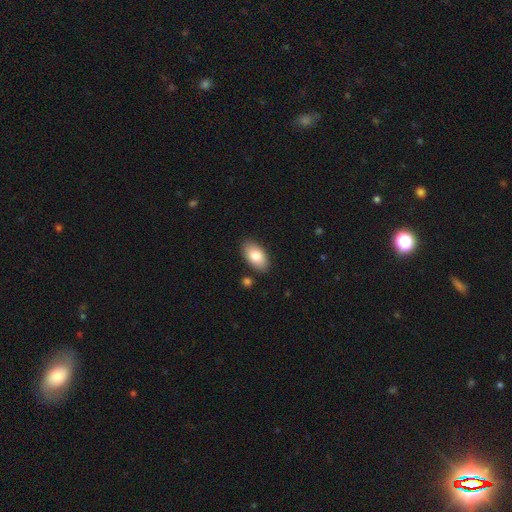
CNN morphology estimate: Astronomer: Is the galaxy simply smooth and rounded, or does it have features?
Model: smooth — 83%.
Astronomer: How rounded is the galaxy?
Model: in between — 94%.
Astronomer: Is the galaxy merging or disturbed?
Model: none — 85%.